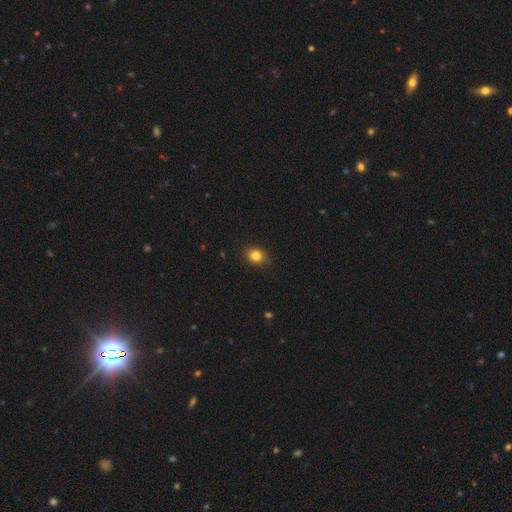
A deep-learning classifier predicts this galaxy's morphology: Overall: smooth (83%). How rounded: round (59%; in between 40%). Merging: none (88%).